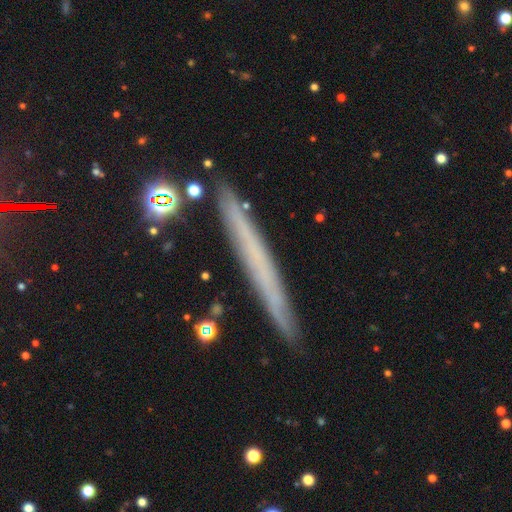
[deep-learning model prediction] Morphology: type=featured or disk (46%); merging=none (87%).